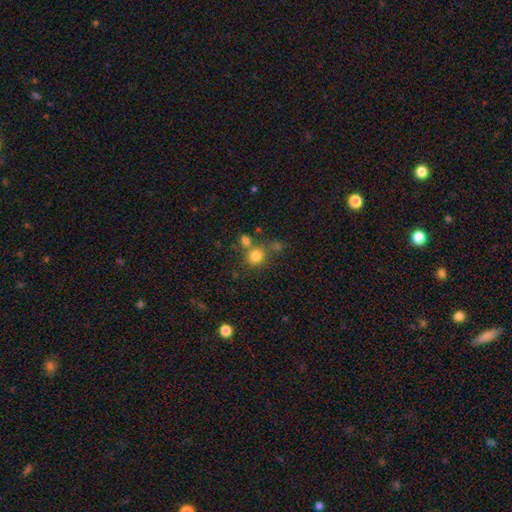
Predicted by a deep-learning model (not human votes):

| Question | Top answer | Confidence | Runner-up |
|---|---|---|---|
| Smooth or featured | smooth | 79% | star or artifact (13%) |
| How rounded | round | 82% | in between (17%) |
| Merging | none | 58% | merger (25%) |